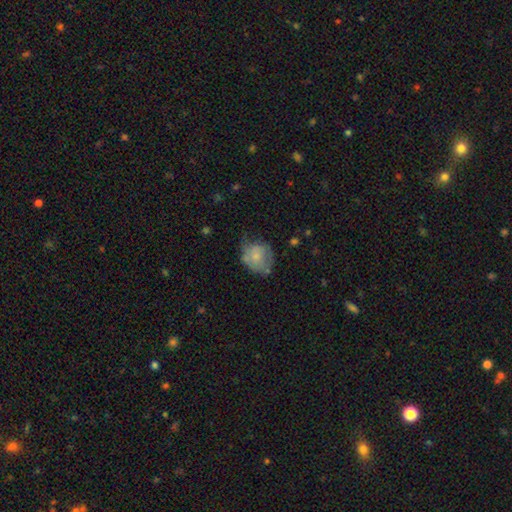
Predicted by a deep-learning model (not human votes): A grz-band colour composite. It shows a smooth galaxy with no disk features (58%) that is round (63%). Merging: none (39%).